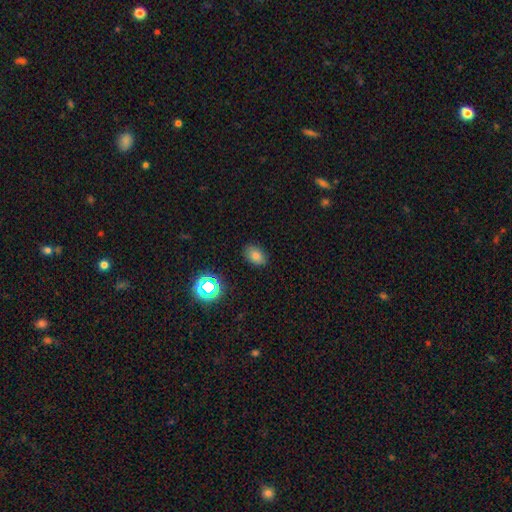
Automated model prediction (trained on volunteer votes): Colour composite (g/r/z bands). It shows a smooth galaxy with no disk features (75%) that is in between round and cigar-shaped (79%). Merging: none (84%).